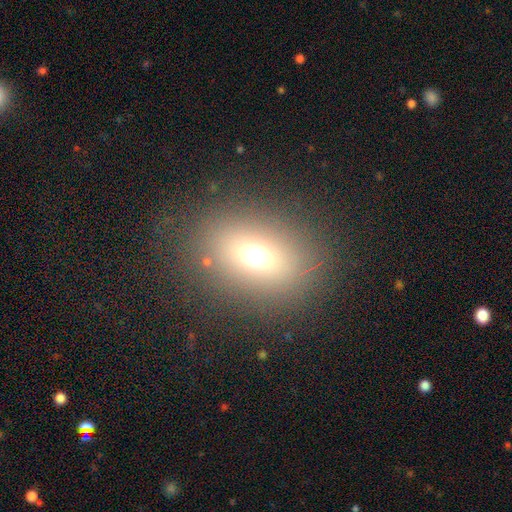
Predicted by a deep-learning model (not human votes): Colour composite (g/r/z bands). It shows a smooth galaxy with no disk features (67%) that is in between round and cigar-shaped (62%). Merging: none (83%).